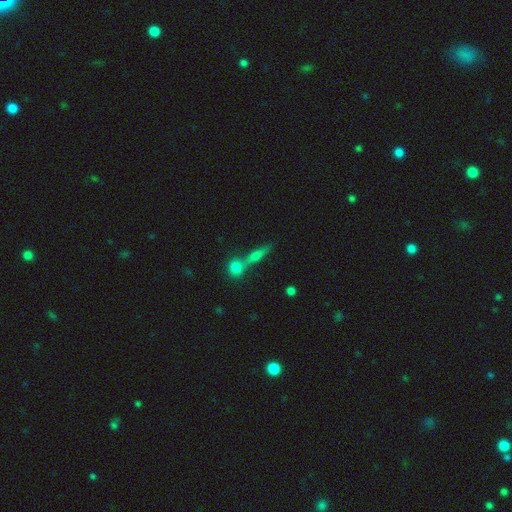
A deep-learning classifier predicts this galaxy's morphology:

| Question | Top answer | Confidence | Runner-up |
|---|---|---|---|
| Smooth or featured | smooth | 57% | featured or disk (32%) |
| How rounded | cigar-shaped | 61% | in between (27%) |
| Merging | none | 49% | merger (38%) |